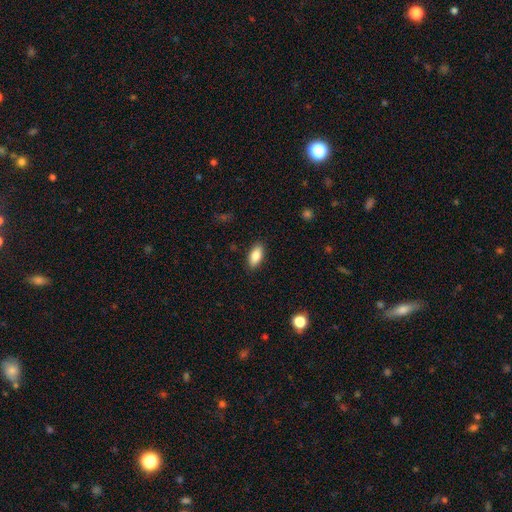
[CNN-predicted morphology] A smooth galaxy with no disk features (86%) that is in between round and cigar-shaped (89%). Merging: none (88%).